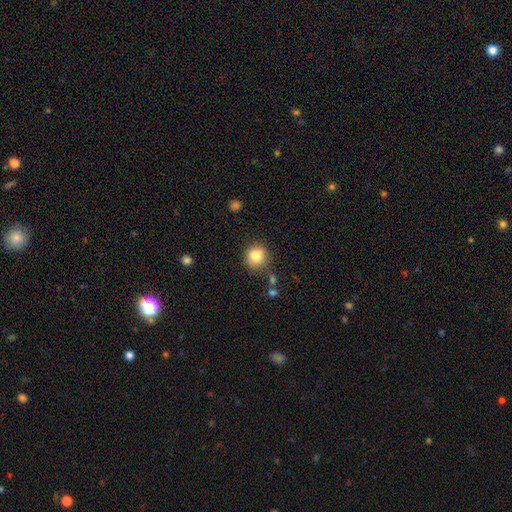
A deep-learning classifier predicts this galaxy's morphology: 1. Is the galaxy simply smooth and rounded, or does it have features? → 82% smooth, 10% star or artifact, 8% featured or disk.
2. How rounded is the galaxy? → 89% round, 10% in between, 1% cigar-shaped.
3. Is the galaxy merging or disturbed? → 81% none, 11% minor disturbance, 4% merger, 3% major disturbance.